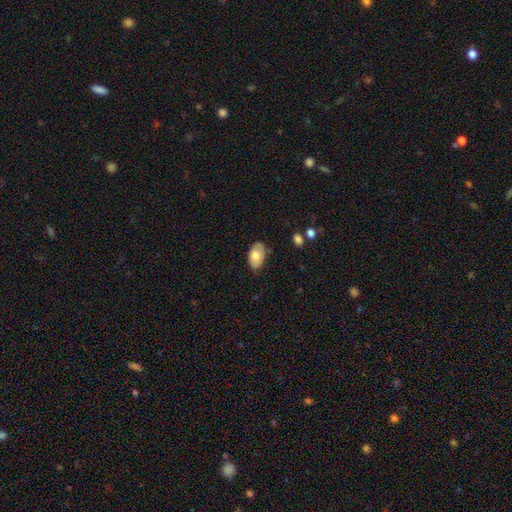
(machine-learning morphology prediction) This is likely a smooth galaxy (70%). How rounded: clearly in between (93%). Merging: likely none (69%).